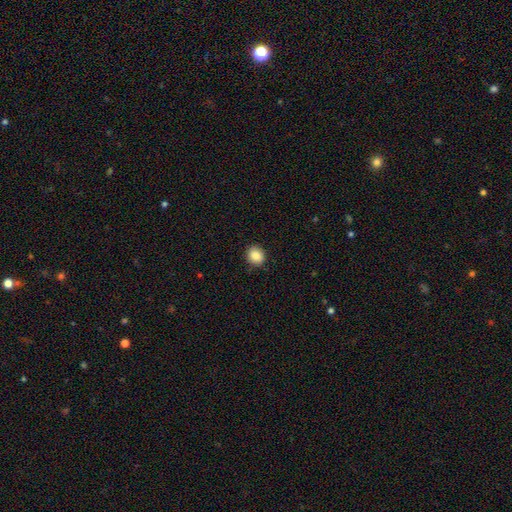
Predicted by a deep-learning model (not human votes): A smooth galaxy with no disk features (88%) that is round (70%).

Vote fractions:
- Smooth or featured? smooth: 88% / star or artifact: 9% / featured or disk: 4%
- How rounded? round: 70% / in between: 29% / cigar-shaped: 1%
- Merging? none: 89% / minor disturbance: 8% / major disturbance: 2% / merger: 1%